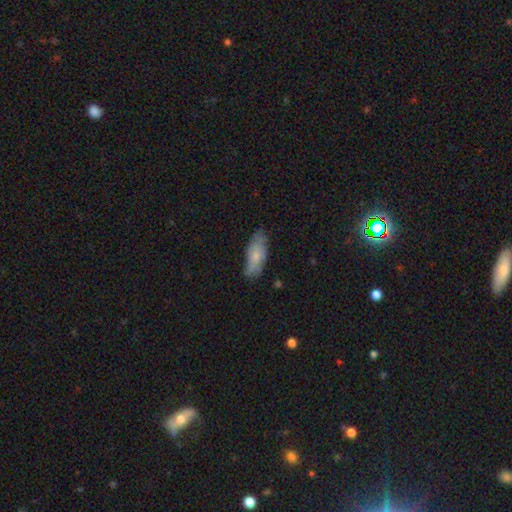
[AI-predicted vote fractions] smooth 64%, featured or disk 29%, star or artifact 6%. Down the decision tree: how rounded — in between (76%); merging — none (65%).